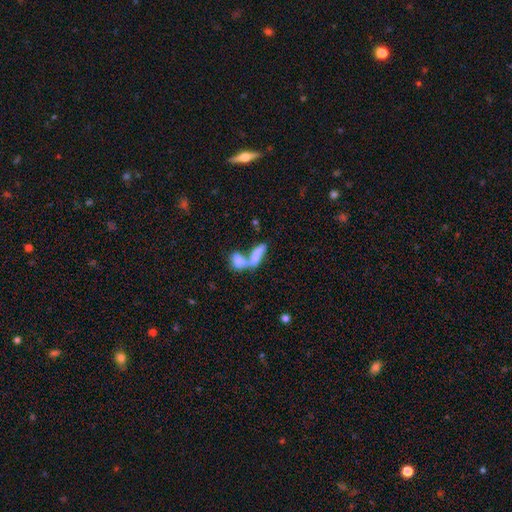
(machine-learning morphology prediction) Smooth or featured? Predicted: smooth (p=0.73). How rounded? Predicted: in between (p=0.59). Merging? Predicted: merger (p=0.71).